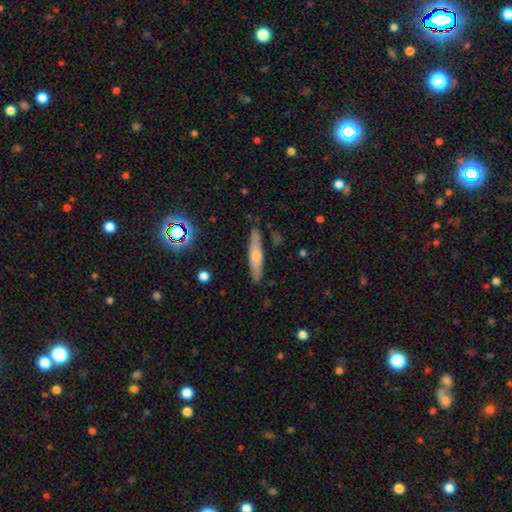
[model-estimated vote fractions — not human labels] Q: Smooth or featured?
A: smooth (50%); runner-up: featured or disk (41%)
Q: How rounded?
A: cigar-shaped (88%); runner-up: in between (10%)
Q: Merging?
A: none (87%); runner-up: minor disturbance (10%)